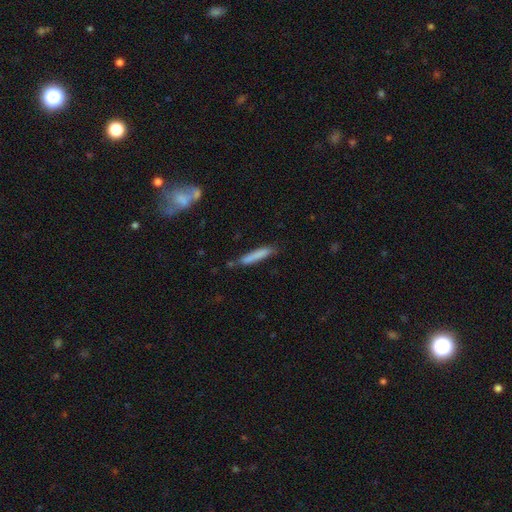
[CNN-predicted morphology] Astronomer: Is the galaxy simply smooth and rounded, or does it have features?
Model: smooth — 79%.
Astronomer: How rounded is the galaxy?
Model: cigar-shaped — 93%.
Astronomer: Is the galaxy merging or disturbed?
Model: none — 78%.